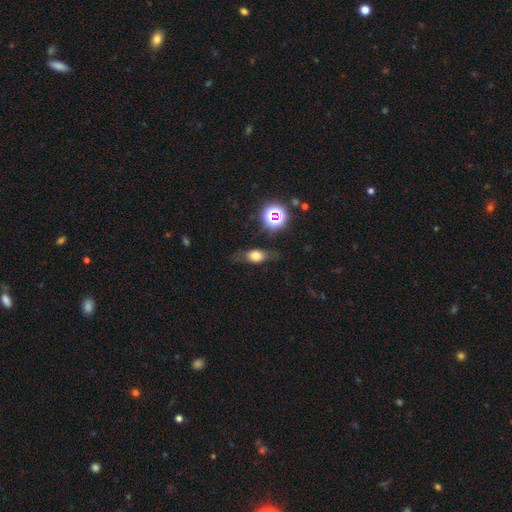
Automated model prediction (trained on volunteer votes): This is likely a smooth galaxy (61%). How rounded: likely in between (68%). Merging: likely none (67%).